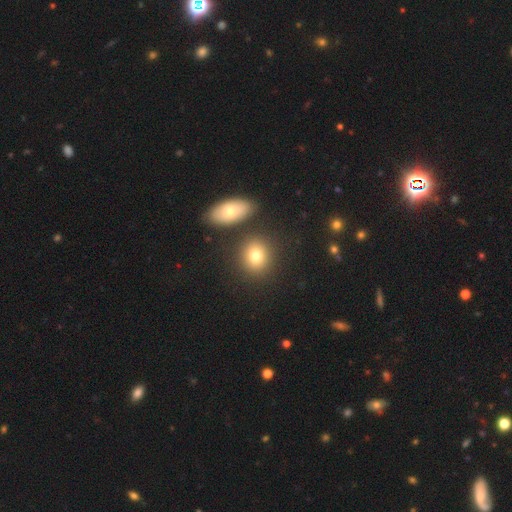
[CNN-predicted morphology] Smooth or featured: smooth — 78% (featured or disk — 12%)
How rounded: round — 70% (in between — 28%)
Merging: none — 78% (merger — 11%)